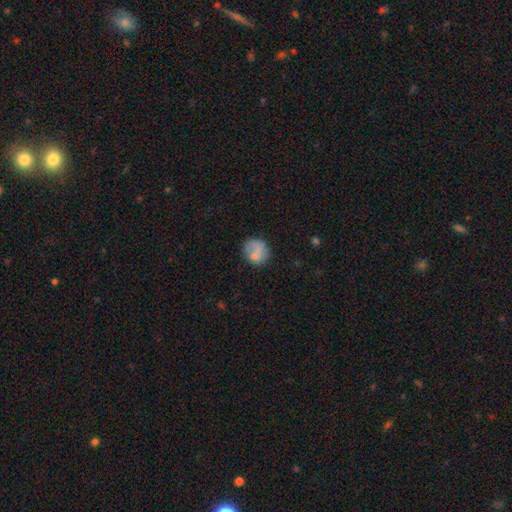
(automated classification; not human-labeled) Smooth or featured?
  - smooth: 71% *
  - featured or disk: 20%
  - star or artifact: 10%
How rounded?
  - round: 78% *
  - in between: 21%
  - cigar-shaped: 1%
Merging?
  - none: 59% *
  - minor disturbance: 21%
  - major disturbance: 11%
  - merger: 9%